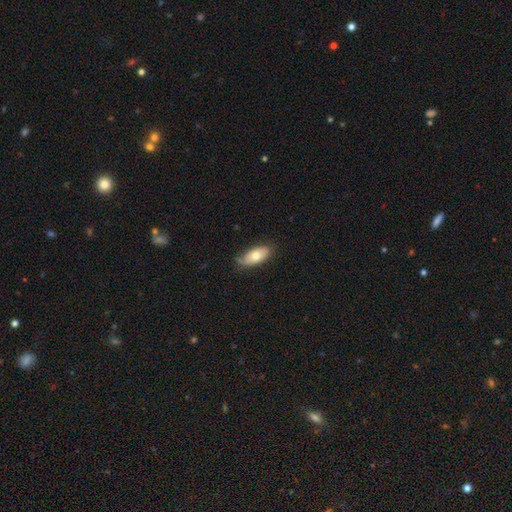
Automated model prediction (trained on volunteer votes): This appears to be a smooth galaxy with no disk features (70%) that is in between round and cigar-shaped (89%). Merging: none (66%).